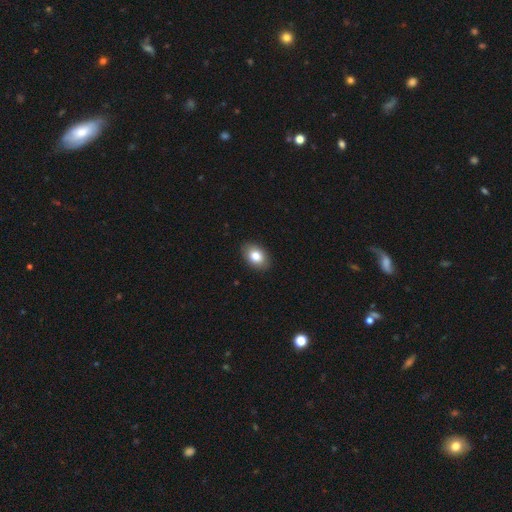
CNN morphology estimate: smooth-or-featured: smooth: 82% | featured or disk: 10% | star or artifact: 8%
  how-rounded: in between: 83% | round: 16% | cigar-shaped: 1%
  merging: none: 89% | minor disturbance: 8% | major disturbance: 2% | merger: 1%